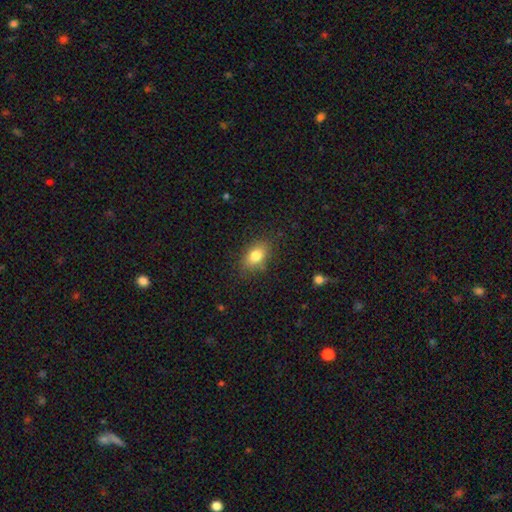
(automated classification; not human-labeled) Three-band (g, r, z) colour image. It shows a smooth galaxy with no disk features (79%) that is in between round and cigar-shaped (80%). Merging: none (80%).